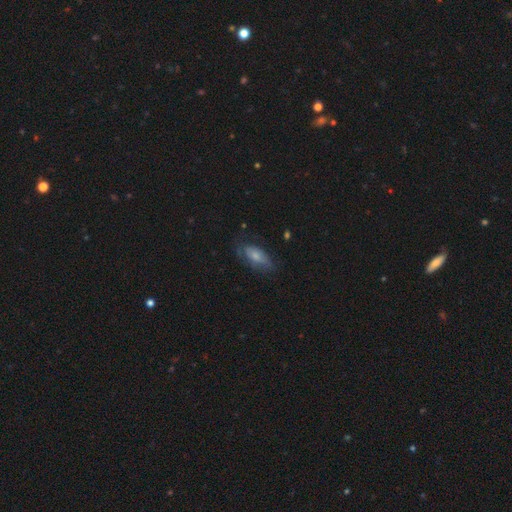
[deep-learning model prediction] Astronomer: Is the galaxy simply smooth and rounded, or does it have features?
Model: smooth — 59%.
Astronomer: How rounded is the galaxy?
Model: in between — 82%.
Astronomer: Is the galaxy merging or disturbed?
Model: none — 58%.